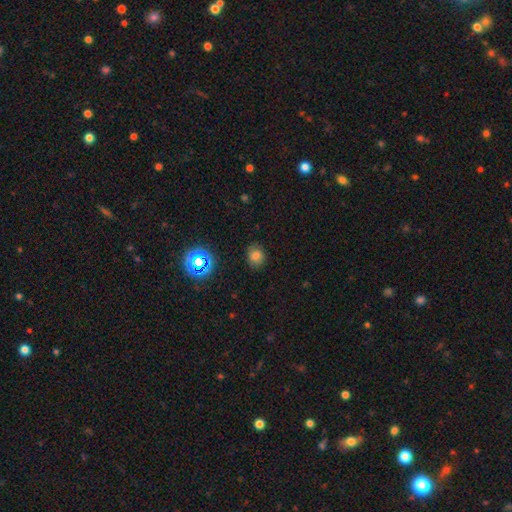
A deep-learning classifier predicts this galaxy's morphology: Overall: smooth (71%). How rounded: round (65%; in between 34%). Merging: none (80%).